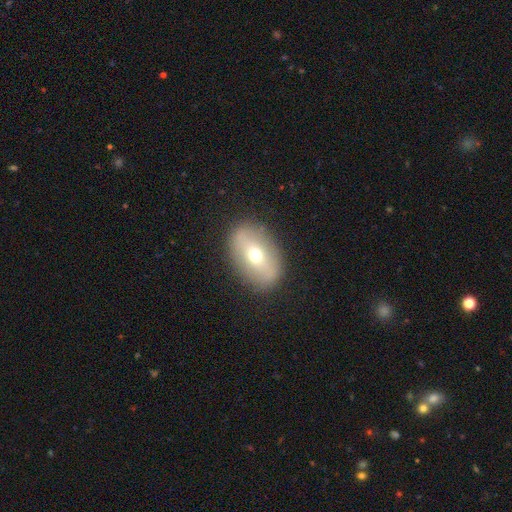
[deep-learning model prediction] Smooth or featured? Predicted: smooth (p=0.51). How rounded? Predicted: in between (p=0.82). Merging? Predicted: none (p=0.86).